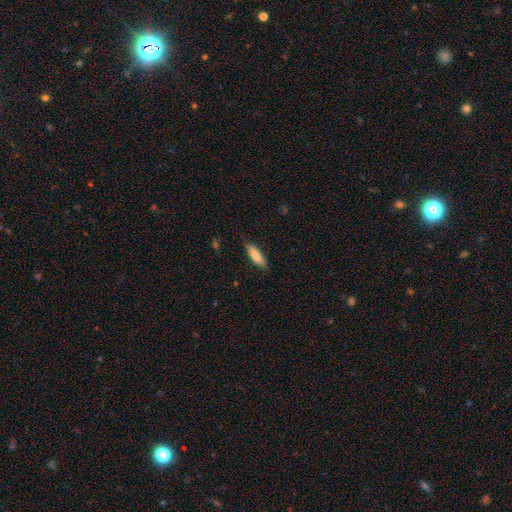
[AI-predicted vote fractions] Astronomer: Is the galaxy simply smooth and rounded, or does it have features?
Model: smooth — 85%.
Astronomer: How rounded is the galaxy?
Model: cigar-shaped — 52% (runner-up: in between, 46%).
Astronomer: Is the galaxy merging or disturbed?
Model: none — 82%.